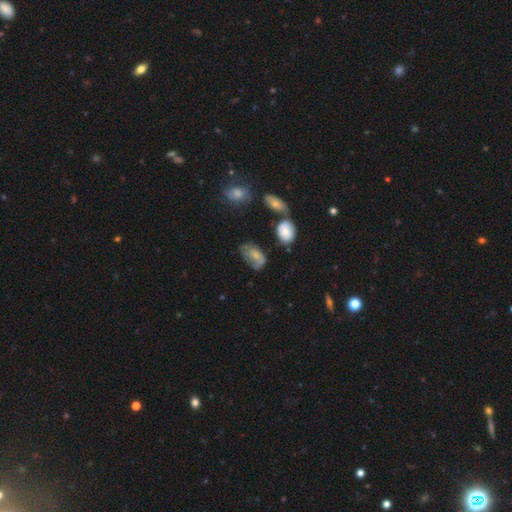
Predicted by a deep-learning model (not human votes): Smooth or featured?
  - smooth: 59% *
  - featured or disk: 31%
  - star or artifact: 10%
How rounded?
  - in between: 86% *
  - round: 11%
  - cigar-shaped: 2%
Merging?
  - none: 39% *
  - minor disturbance: 31%
  - major disturbance: 23%
  - merger: 8%